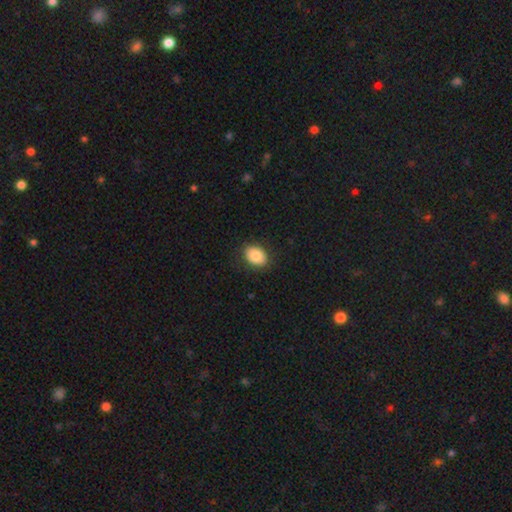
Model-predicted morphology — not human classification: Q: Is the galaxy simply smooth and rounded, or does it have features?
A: smooth — 83%.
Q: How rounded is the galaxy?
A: in between — 74%.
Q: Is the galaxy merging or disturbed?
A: none — 87%.